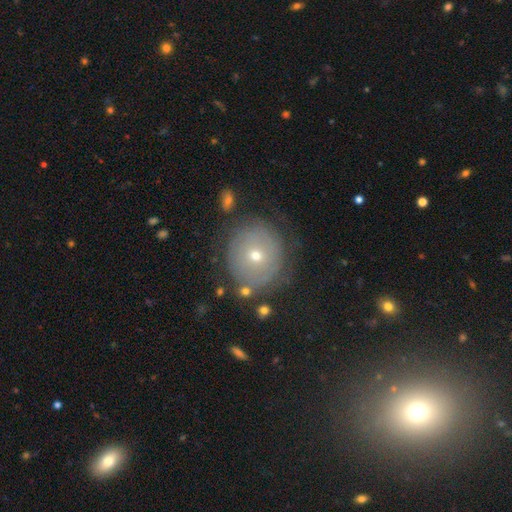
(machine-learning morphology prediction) smooth 48%, featured or disk 41%, star or artifact 12%. Down the decision tree: merging — none (77%).